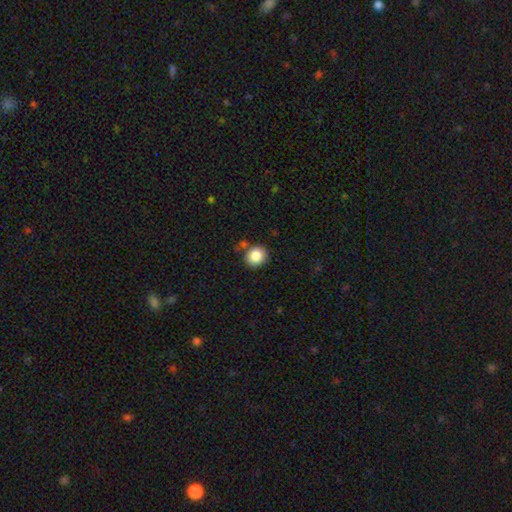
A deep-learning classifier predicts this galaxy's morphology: Smooth or featured? Predicted: smooth (p=0.85). How rounded? Predicted: round (p=0.81). Merging? Predicted: none (p=0.78).